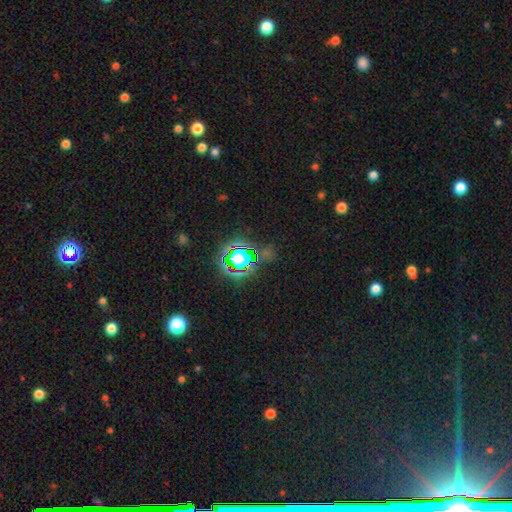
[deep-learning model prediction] A star or artifact, not a galaxy (79%).